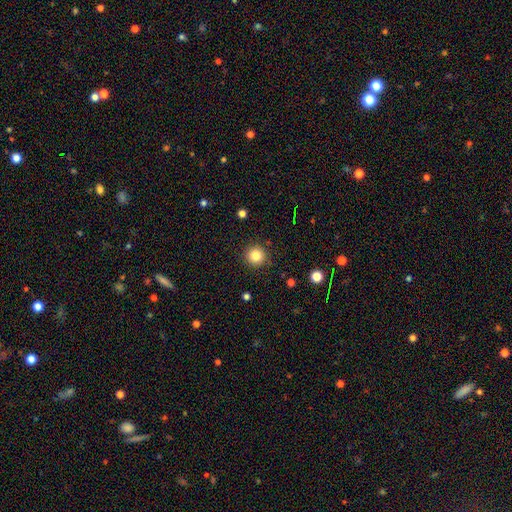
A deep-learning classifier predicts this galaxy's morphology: A smooth galaxy with no disk features (83%) that is round (95%).

Vote fractions:
- Smooth or featured? smooth: 83% / star or artifact: 11% / featured or disk: 6%
- How rounded? round: 95% / in between: 4% / cigar-shaped: 1%
- Merging? none: 90% / minor disturbance: 7% / major disturbance: 2% / merger: 1%